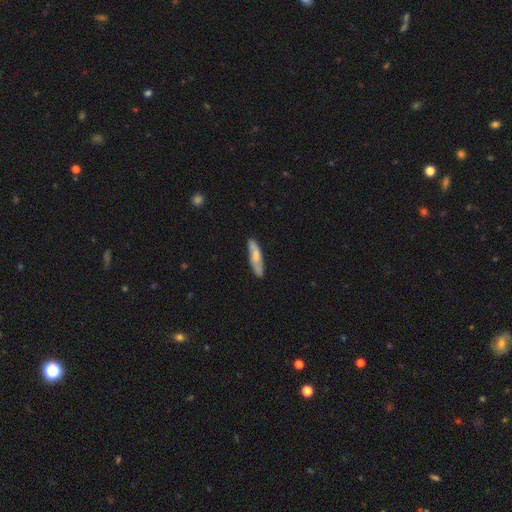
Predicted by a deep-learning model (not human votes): Smooth or featured?
  - smooth: 58% *
  - featured or disk: 37%
  - star or artifact: 5%
How rounded?
  - cigar-shaped: 69% *
  - in between: 29%
  - round: 2%
Merging?
  - none: 81% *
  - minor disturbance: 15%
  - major disturbance: 3%
  - merger: 2%